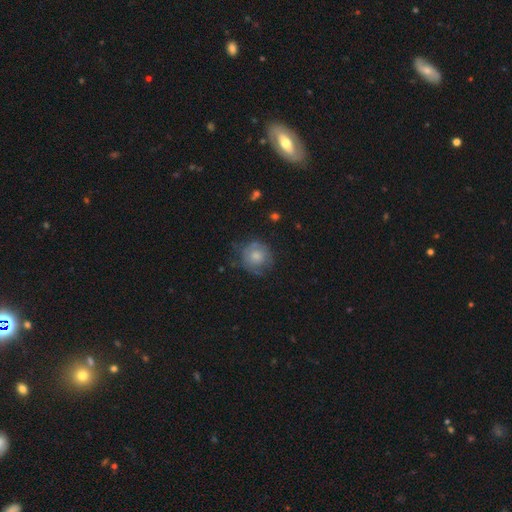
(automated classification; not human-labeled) The model was most divided on "smooth or featured": smooth: 55%, featured or disk: 36%, star or artifact: 8%. More confident: how rounded — round (87%); merging — none (61%).